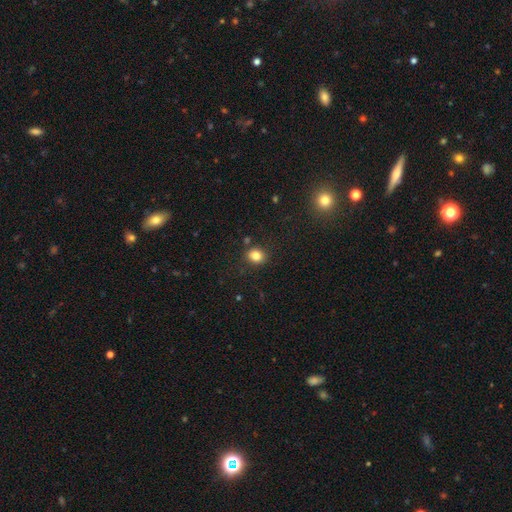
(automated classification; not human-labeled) Morphology: type=smooth (82%); roundness=round (61%); merging=none (83%).